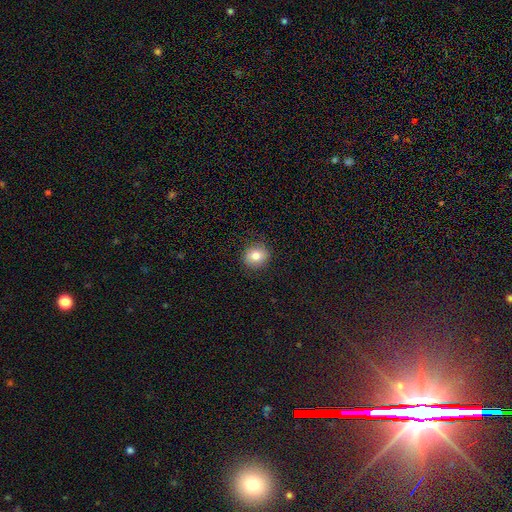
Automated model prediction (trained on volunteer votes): smooth_or_featured: smooth (p=0.80) [alt: star or artifact p=0.10]
how_rounded: round (p=0.80) [alt: in between p=0.19]
merging: none (p=0.88) [alt: minor disturbance p=0.08]